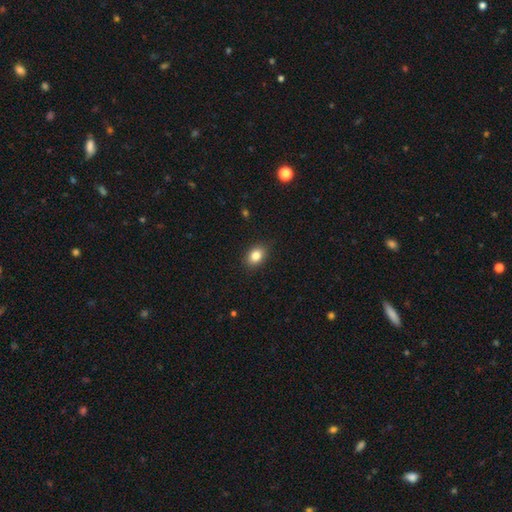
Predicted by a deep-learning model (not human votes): Smooth or featured? Predicted: smooth (p=0.84). How rounded? Predicted: in between (p=0.72). Merging? Predicted: none (p=0.87).